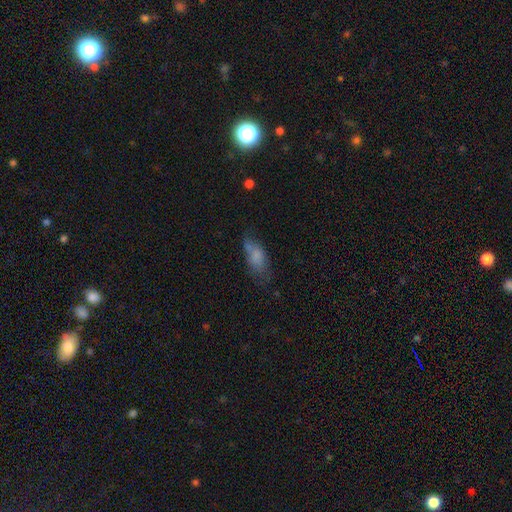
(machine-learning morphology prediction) A smooth galaxy with no disk features (72%) that is in between round and cigar-shaped (78%). Merging: none (46%).